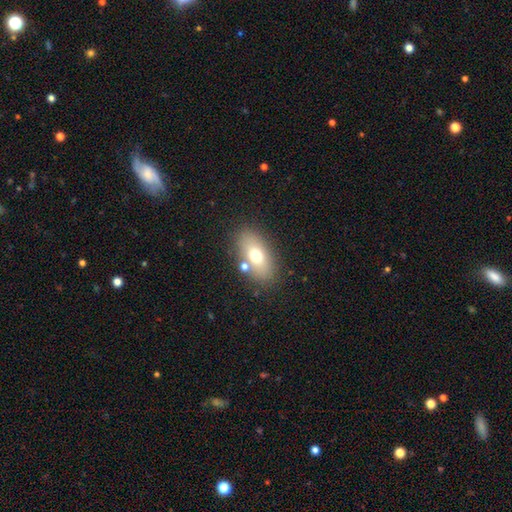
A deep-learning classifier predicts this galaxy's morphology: smooth 68%, featured or disk 21%, star or artifact 11%. Down the decision tree: how rounded — in between (87%); merging — none (76%).